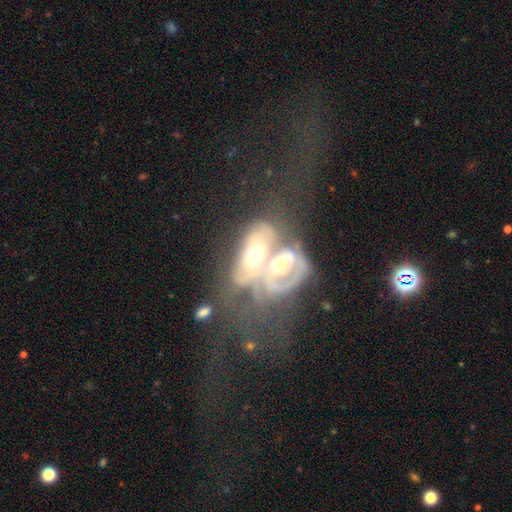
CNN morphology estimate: A featured or disk galaxy (72%) with no bar (67%), spiral arms (60%) and a moderate central bulge (66%).

Vote fractions:
- Smooth or featured? featured or disk: 72% / smooth: 20% / star or artifact: 9%
- Edge-on disk? no: 92% / yes: 8%
- Bar? no: 67% / weak: 22% / strong: 11%
- Spiral arms? yes: 60% / no: 40%
- Bulge size? moderate: 66% / small: 20% / large: 9% / none: 2% / dominant: 2%
- Merging? merger: 75% / major disturbance: 13% / none: 7% / minor disturbance: 4%